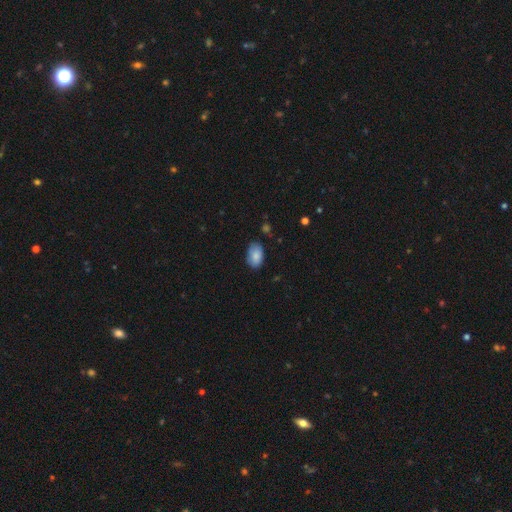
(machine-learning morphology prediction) smooth 86%, featured or disk 7%, star or artifact 7%. Down the decision tree: how rounded — in between (92%); merging — none (78%).